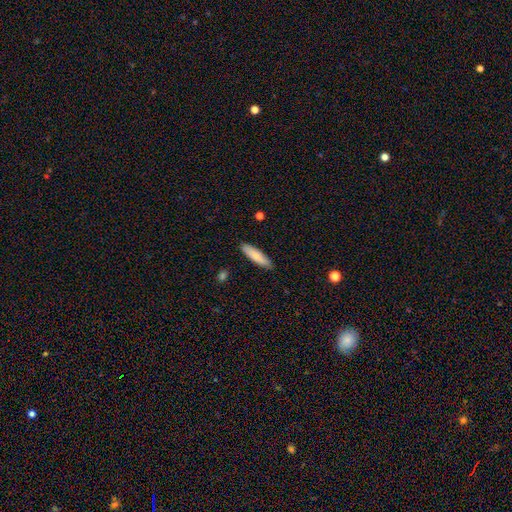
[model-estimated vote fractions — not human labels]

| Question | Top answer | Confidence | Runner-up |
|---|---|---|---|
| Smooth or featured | smooth | 80% | featured or disk (14%) |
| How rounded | cigar-shaped | 66% | in between (32%) |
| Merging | none | 87% | minor disturbance (10%) |